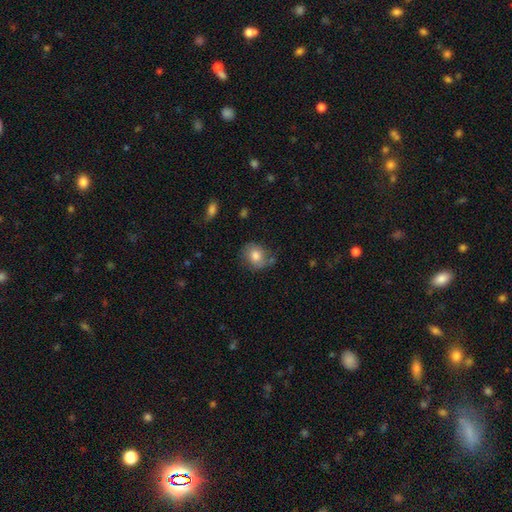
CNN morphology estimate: Smooth or featured: smooth — 75% (featured or disk — 17%)
How rounded: round — 59% (in between — 40%)
Merging: none — 61% (minor disturbance — 26%)